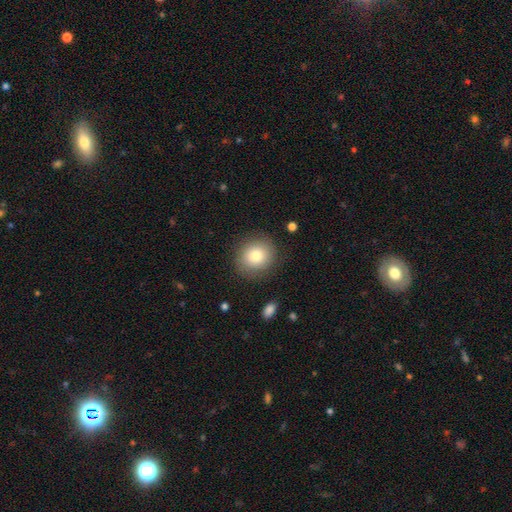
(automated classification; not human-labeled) Q: Smooth or featured?
A: smooth (80%); runner-up: featured or disk (11%)
Q: How rounded?
A: round (83%); runner-up: in between (16%)
Q: Merging?
A: none (86%); runner-up: minor disturbance (9%)